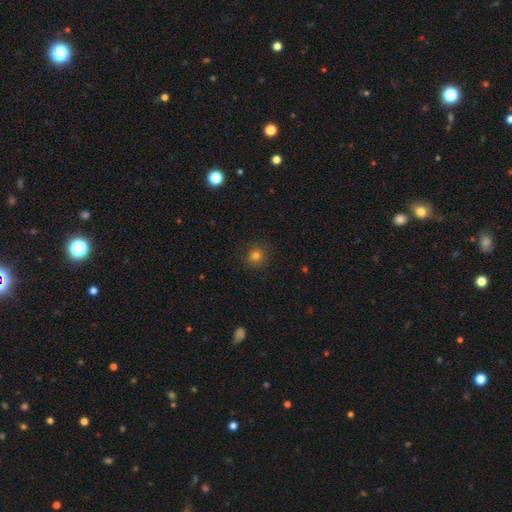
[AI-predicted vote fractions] A smooth galaxy with no disk features (79%) that is round (89%). Merging: none (87%).